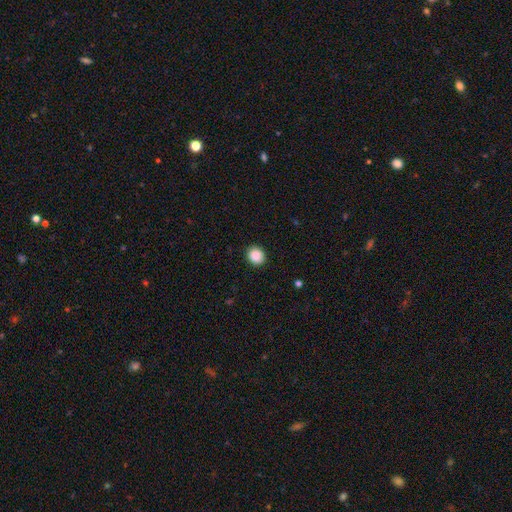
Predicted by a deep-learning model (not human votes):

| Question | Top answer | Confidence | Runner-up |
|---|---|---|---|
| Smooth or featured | smooth | 89% | star or artifact (8%) |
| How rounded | round | 70% | in between (29%) |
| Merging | none | 90% | minor disturbance (7%) |